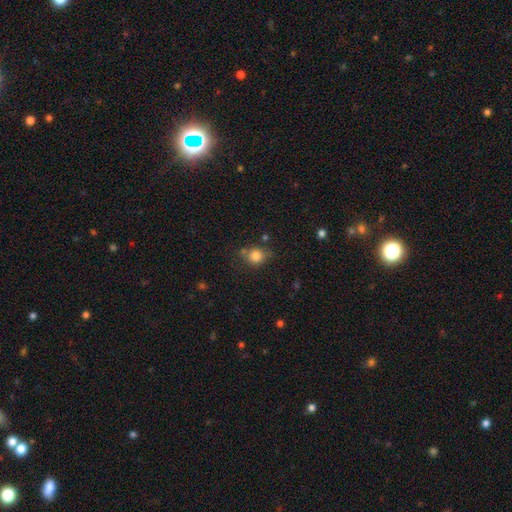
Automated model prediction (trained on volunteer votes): Morphology: type=smooth (81%); roundness=round (74%); merging=none (64%).